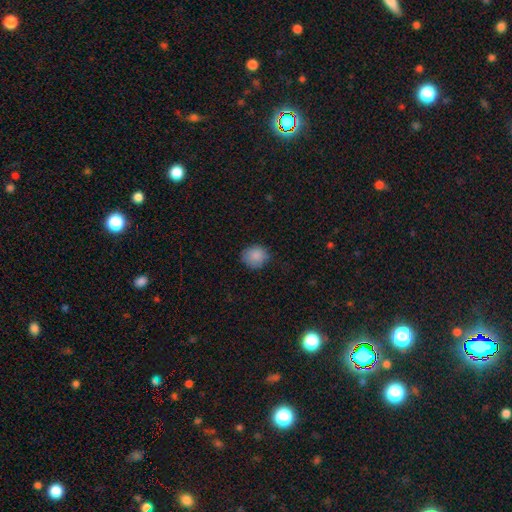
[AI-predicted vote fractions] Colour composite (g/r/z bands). It shows a smooth galaxy with no disk features (86%) that is round (82%). Merging: none (75%).